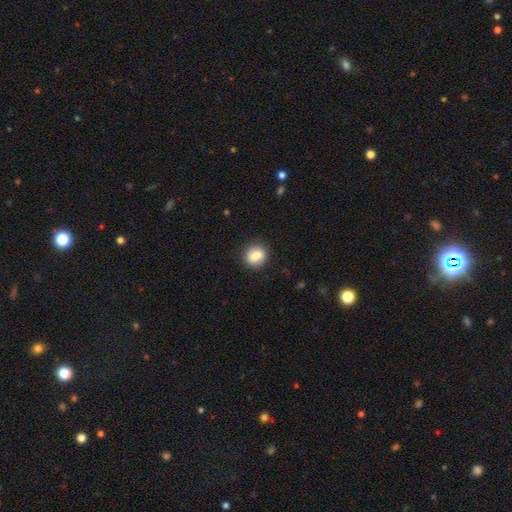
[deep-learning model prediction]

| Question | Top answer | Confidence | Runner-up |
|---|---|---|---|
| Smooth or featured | smooth | 83% | featured or disk (9%) |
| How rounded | round | 77% | in between (22%) |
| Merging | none | 89% | minor disturbance (8%) |